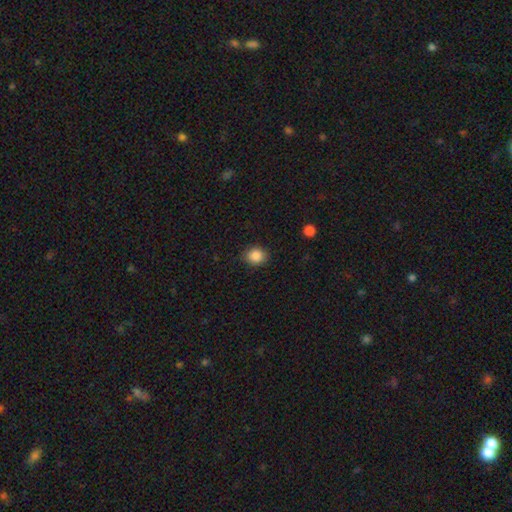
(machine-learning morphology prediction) Q: Smooth or featured?
A: smooth (86%); runner-up: star or artifact (10%)
Q: How rounded?
A: round (73%); runner-up: in between (26%)
Q: Merging?
A: none (87%); runner-up: minor disturbance (9%)